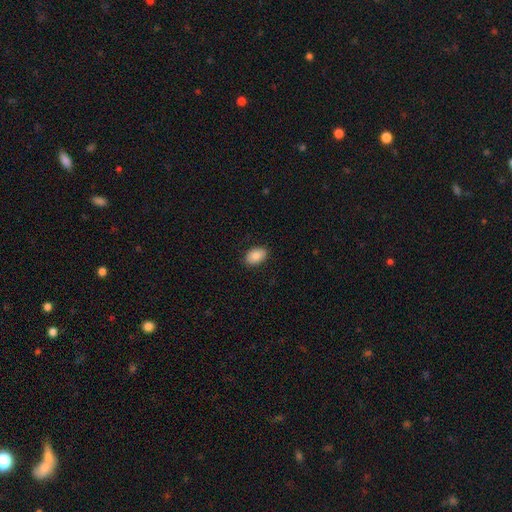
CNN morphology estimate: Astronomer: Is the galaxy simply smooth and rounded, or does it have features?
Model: smooth — 84%.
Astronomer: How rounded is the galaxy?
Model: in between — 87%.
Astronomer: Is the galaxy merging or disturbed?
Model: none — 88%.